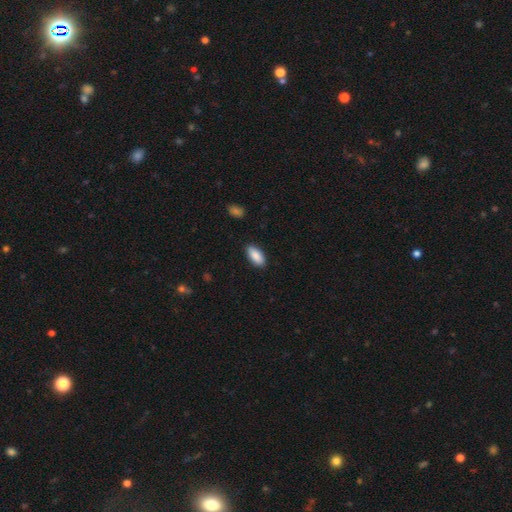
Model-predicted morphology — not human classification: This appears to be a smooth galaxy with no disk features (89%) that is in between round and cigar-shaped (90%). Merging: none (87%).